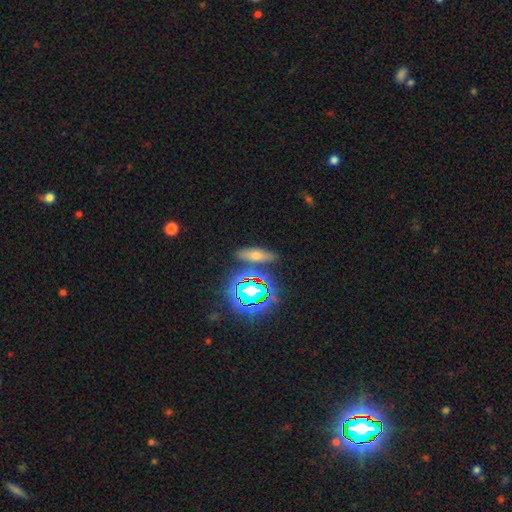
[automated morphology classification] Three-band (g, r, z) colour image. It shows a smooth galaxy with no disk features (47%). Merging: none (80%).